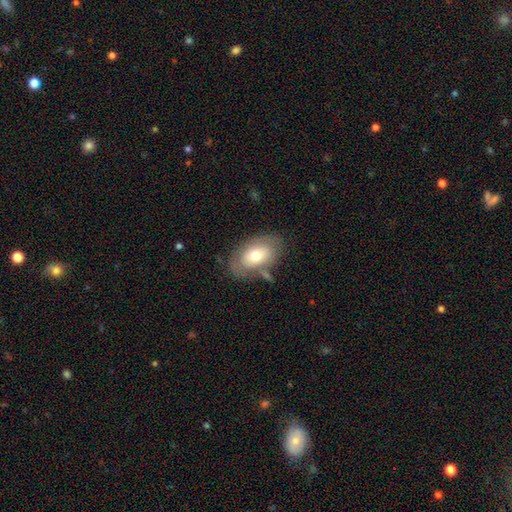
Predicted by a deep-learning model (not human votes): Overall: smooth (64%; featured or disk 29%). How rounded: in between (90%). Merging: none (66%).